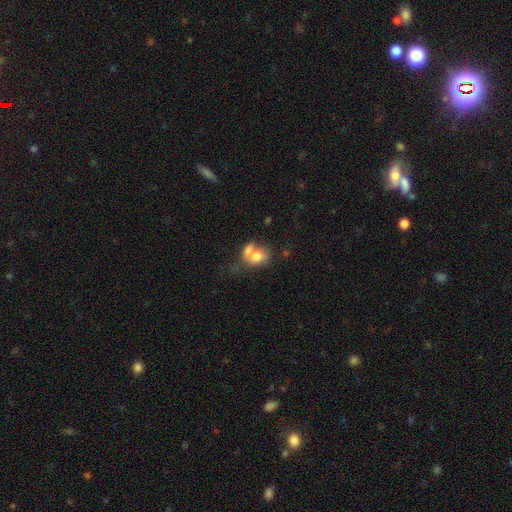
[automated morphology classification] This appears to be a smooth galaxy with no disk features (72%) that is in between round and cigar-shaped (55%). Merging: merger (58%).